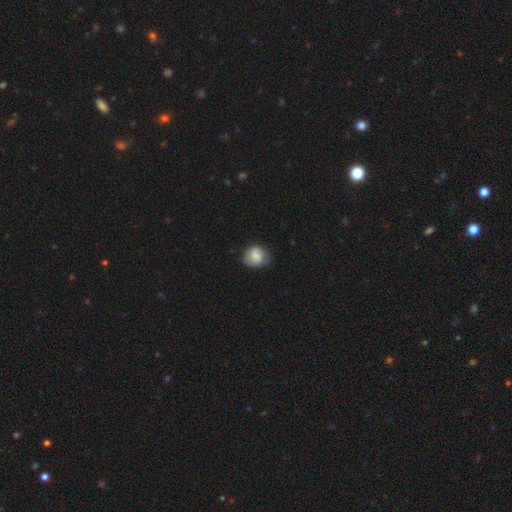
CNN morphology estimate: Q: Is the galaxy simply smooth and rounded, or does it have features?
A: smooth — 76%.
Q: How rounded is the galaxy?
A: round — 69%.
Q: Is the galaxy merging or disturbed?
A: none — 65%.